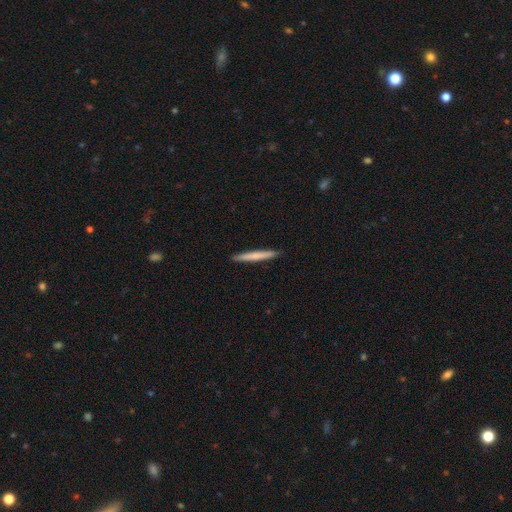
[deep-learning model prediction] A smooth galaxy with no disk features (68%) that is cigar-shaped (97%).

Vote fractions:
- Smooth or featured? smooth: 68% / featured or disk: 27% / star or artifact: 5%
- How rounded? cigar-shaped: 97% / in between: 2% / round: 1%
- Merging? none: 93% / minor disturbance: 5% / major disturbance: 1% / merger: 1%